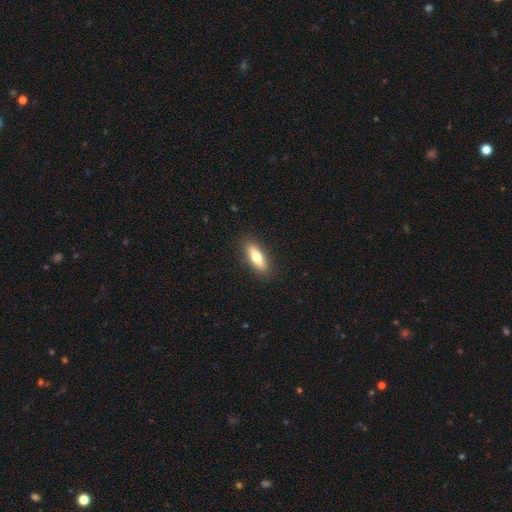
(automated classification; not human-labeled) smooth-or-featured: smooth: 71% | featured or disk: 23% | star or artifact: 6%
  how-rounded: in between: 55% | cigar-shaped: 43% | round: 2%
  merging: none: 88% | minor disturbance: 9% | major disturbance: 2% | merger: 1%